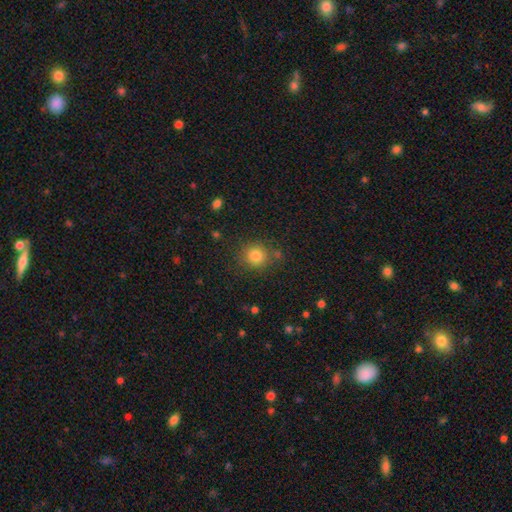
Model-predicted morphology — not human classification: This appears to be a smooth galaxy with no disk features (82%) that is round (90%). Merging: none (82%).